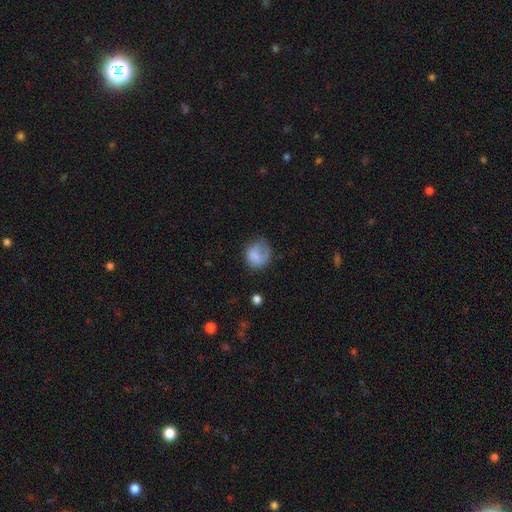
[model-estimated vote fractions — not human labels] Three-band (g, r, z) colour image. It shows a smooth galaxy with no disk features (66%) that is round (70%). Merging: none (42%).